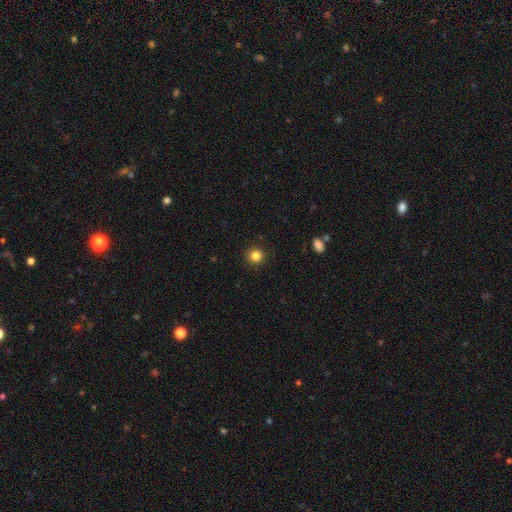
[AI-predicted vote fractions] This is clearly a smooth galaxy (84%). How rounded: clearly round (93%). Merging: clearly none (92%).